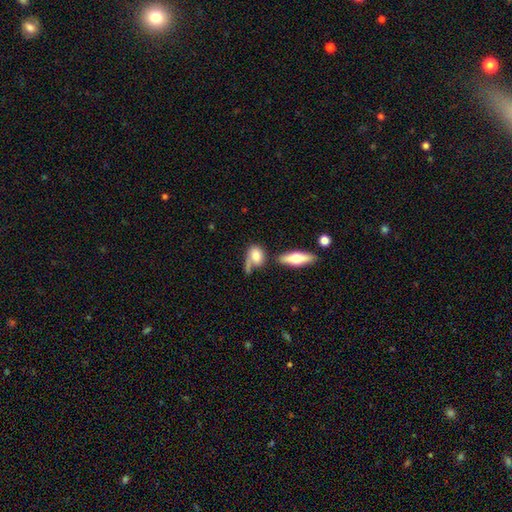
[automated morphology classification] type=smooth (70%); roundness=in between (70%); merging=none (39%).